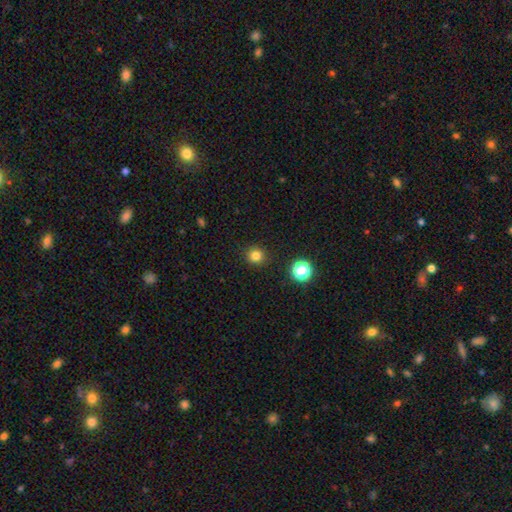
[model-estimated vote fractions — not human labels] smooth 81%, star or artifact 15%, featured or disk 5%. Down the decision tree: how rounded — round (92%); merging — none (91%).